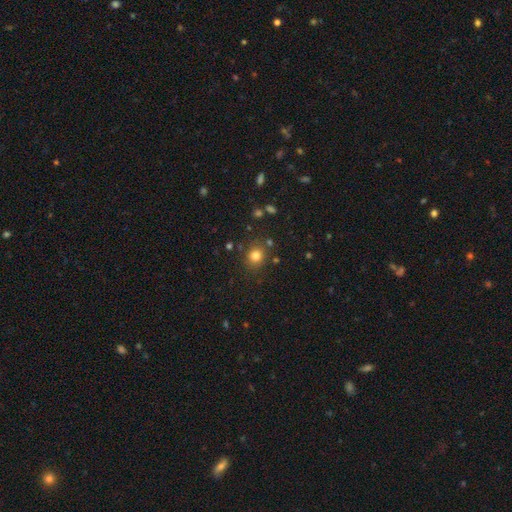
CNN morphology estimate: Q: Smooth or featured?
A: smooth (79%); runner-up: star or artifact (15%)
Q: How rounded?
A: round (81%); runner-up: in between (18%)
Q: Merging?
A: none (84%); runner-up: minor disturbance (9%)